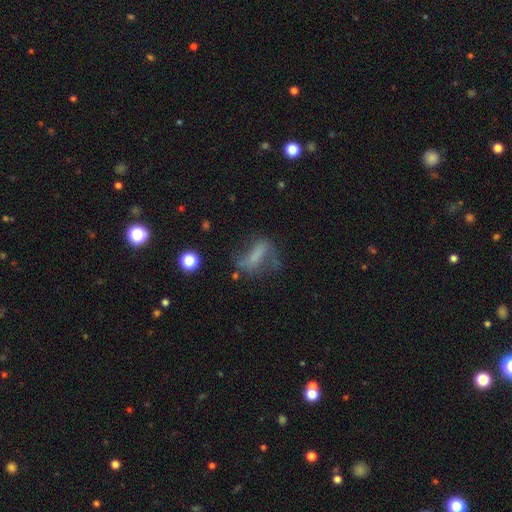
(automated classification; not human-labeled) Smooth or featured? smooth (45%)
Merging? none (45%)